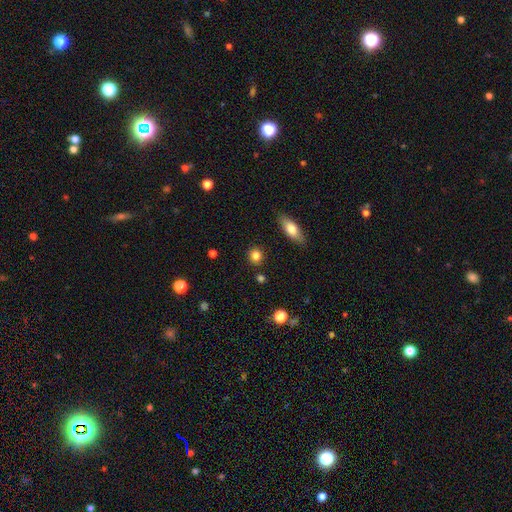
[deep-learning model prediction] Q: Smooth or featured?
A: smooth (84%); runner-up: star or artifact (10%)
Q: How rounded?
A: round (84%); runner-up: in between (14%)
Q: Merging?
A: none (88%); runner-up: minor disturbance (7%)